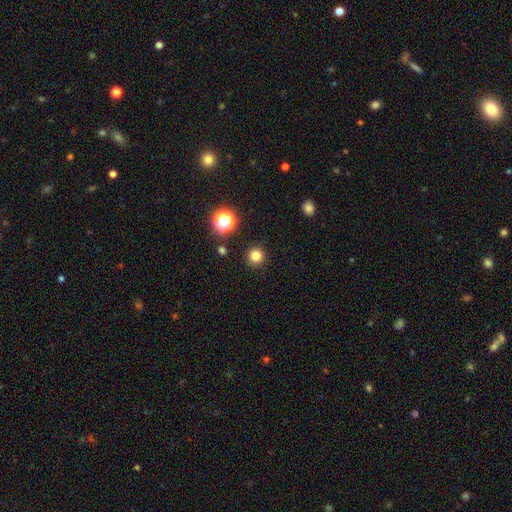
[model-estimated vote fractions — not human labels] smooth 80%, star or artifact 15%, featured or disk 4%. Down the decision tree: how rounded — round (95%); merging — none (92%).